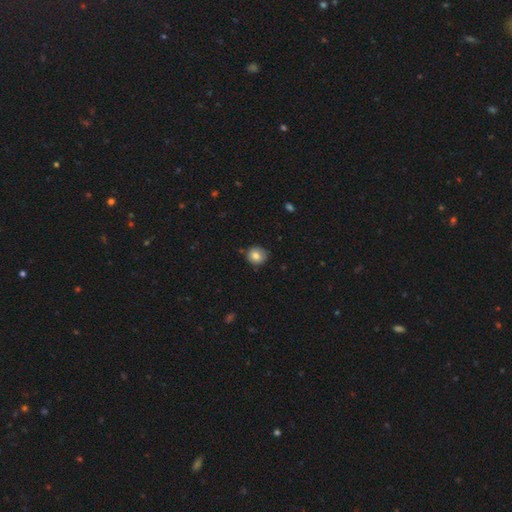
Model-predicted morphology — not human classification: A smooth galaxy with no disk features (81%) that is round (84%). Merging: none (78%).